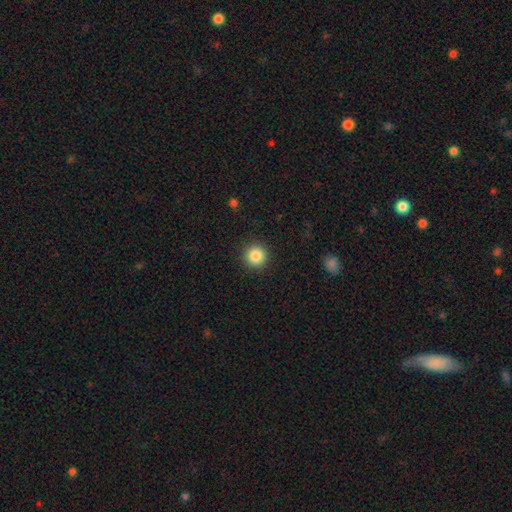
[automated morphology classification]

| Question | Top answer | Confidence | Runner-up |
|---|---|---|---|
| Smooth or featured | smooth | 86% | star or artifact (10%) |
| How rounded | round | 95% | in between (4%) |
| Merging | none | 92% | minor disturbance (5%) |